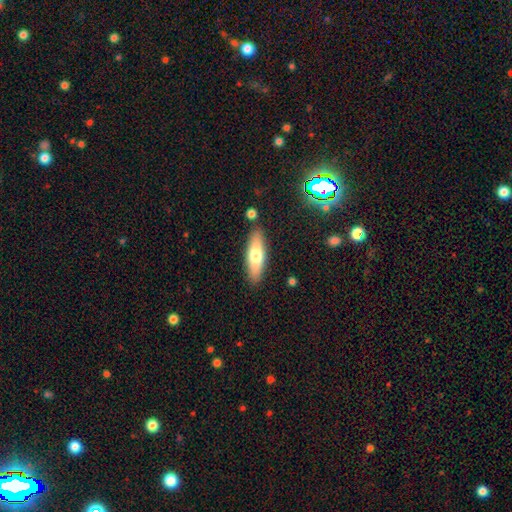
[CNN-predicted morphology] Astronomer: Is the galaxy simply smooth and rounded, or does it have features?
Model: smooth — 66%.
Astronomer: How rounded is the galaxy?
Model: cigar-shaped — 53% (runner-up: in between, 45%).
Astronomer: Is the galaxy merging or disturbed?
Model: none — 85%.